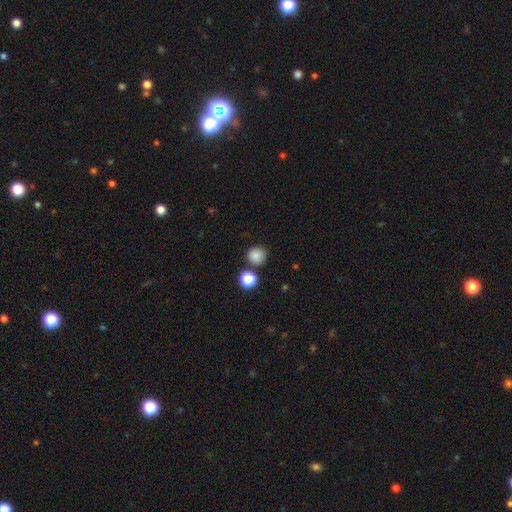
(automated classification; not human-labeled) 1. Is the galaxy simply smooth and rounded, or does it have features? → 84% smooth, 12% star or artifact, 4% featured or disk.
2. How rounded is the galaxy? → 91% round, 8% in between, 1% cigar-shaped.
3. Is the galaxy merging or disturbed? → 81% none, 9% merger, 8% minor disturbance, 3% major disturbance.